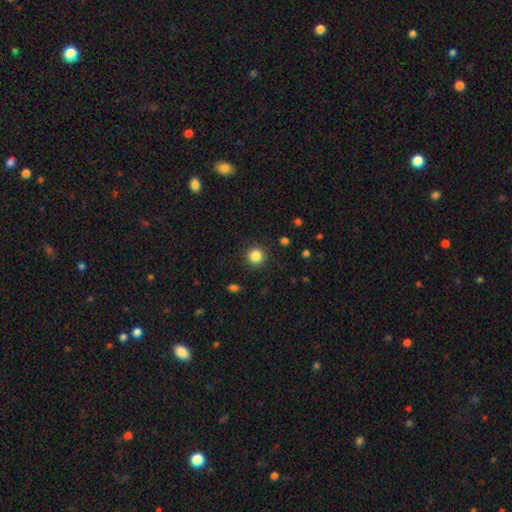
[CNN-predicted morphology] Smooth or featured? smooth (84%)
How rounded? round (94%)
Merging? none (91%)